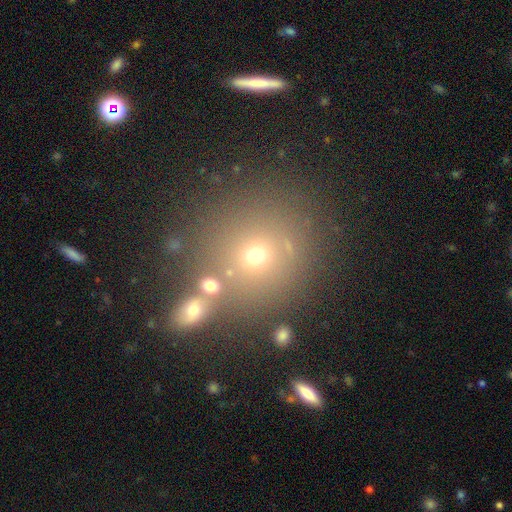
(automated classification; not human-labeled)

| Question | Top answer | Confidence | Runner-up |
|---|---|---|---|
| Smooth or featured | smooth | 61% | star or artifact (25%) |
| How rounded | round | 87% | in between (12%) |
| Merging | none | 71% | merger (14%) |